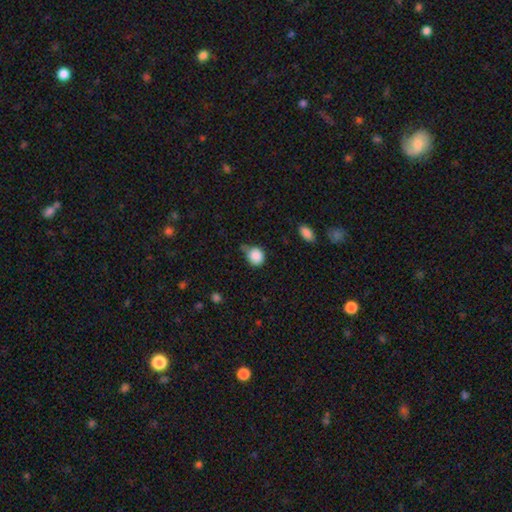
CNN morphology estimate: smooth-or-featured: smooth: 87% | star or artifact: 9% | featured or disk: 4%
  how-rounded: round: 81% | in between: 17% | cigar-shaped: 1%
  merging: none: 51% | minor disturbance: 33% | merger: 9% | major disturbance: 8%